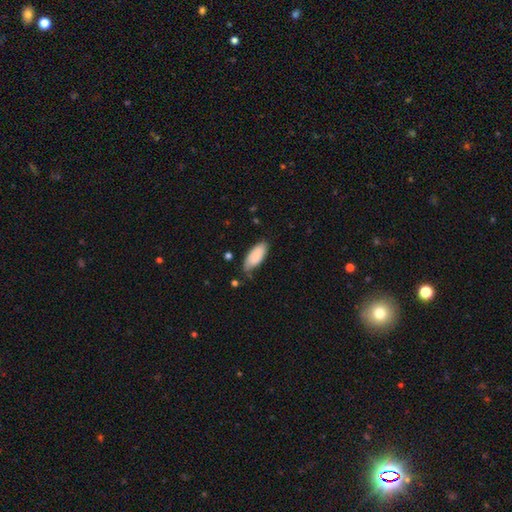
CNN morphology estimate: The model was most divided on "merging": none: 59%, minor disturbance: 32%, major disturbance: 6%, merger: 3%. More confident: smooth or featured — smooth (86%); how rounded — in between (86%).